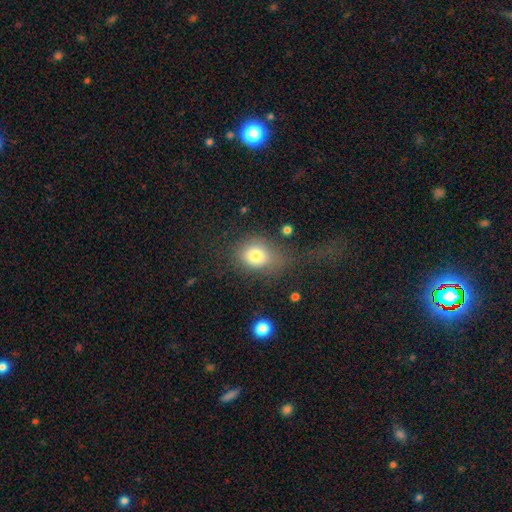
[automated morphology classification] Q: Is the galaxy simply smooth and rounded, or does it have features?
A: smooth — 79%.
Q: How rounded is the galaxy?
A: round — 50%.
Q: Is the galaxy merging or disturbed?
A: none — 55%.